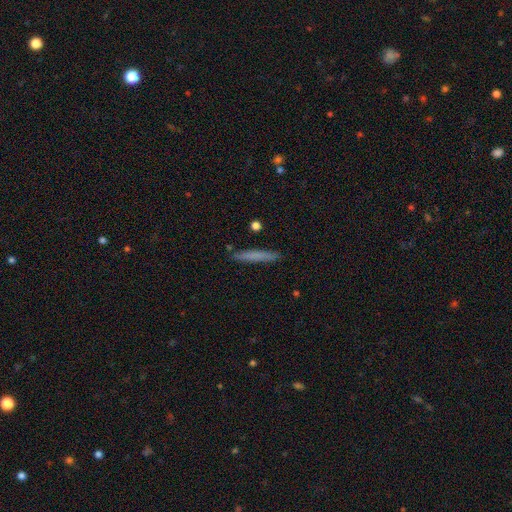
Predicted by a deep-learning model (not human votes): Smooth or featured? smooth (71%)
How rounded? cigar-shaped (95%)
Merging? none (88%)